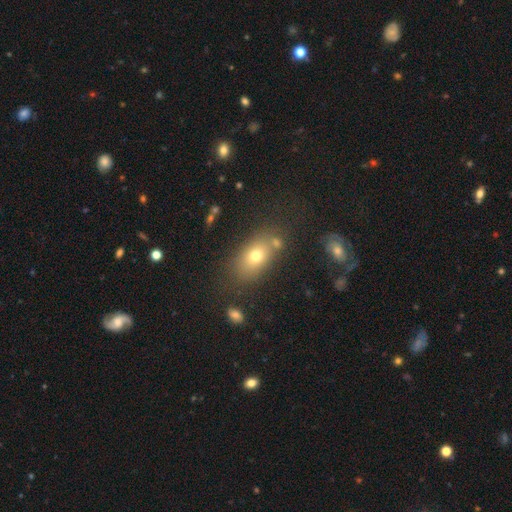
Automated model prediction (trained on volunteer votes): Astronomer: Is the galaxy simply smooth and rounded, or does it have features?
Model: smooth — 70%.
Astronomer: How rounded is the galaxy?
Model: in between — 81%.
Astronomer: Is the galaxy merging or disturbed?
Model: none — 69%.